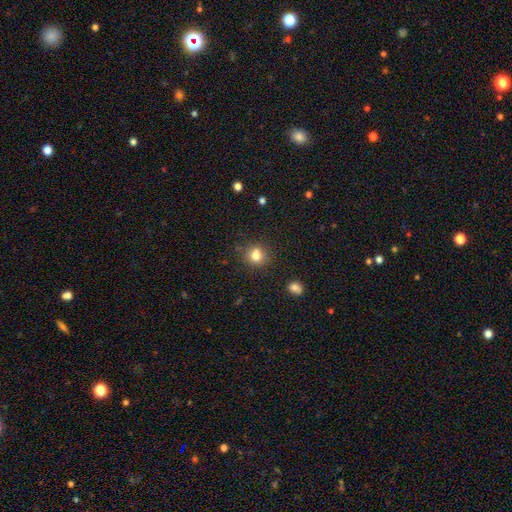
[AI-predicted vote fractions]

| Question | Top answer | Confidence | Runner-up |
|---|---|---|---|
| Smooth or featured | smooth | 79% | star or artifact (13%) |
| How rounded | round | 79% | in between (20%) |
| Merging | none | 71% | minor disturbance (14%) |